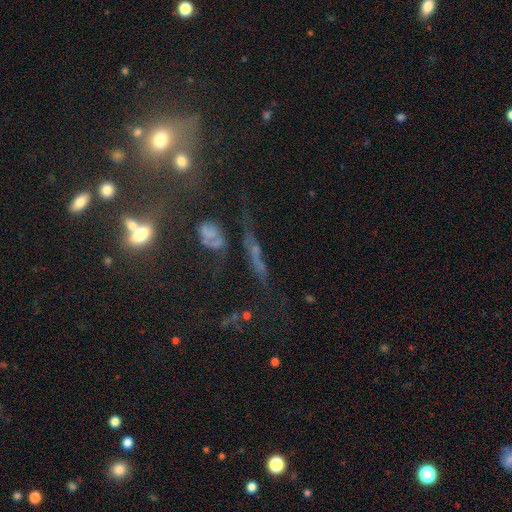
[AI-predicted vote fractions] Morphology: type=featured or disk (38%); merging=none (55%).